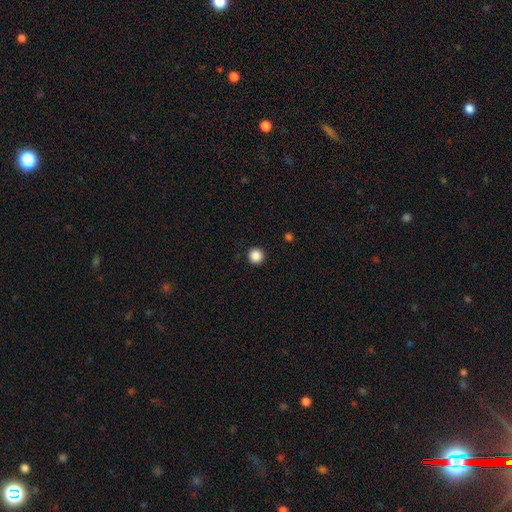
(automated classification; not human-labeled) smooth 88%, star or artifact 10%, featured or disk 2%. Down the decision tree: how rounded — round (95%); merging — none (93%).